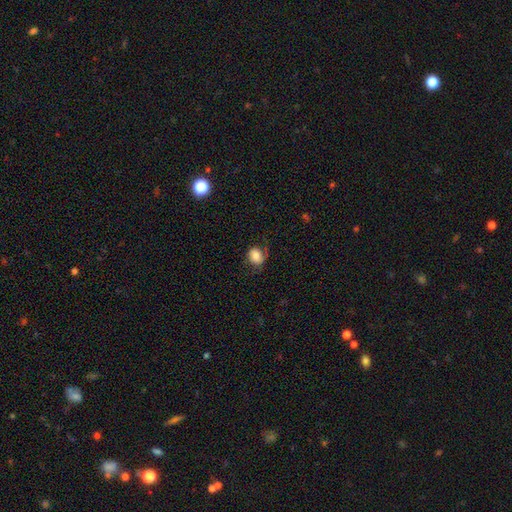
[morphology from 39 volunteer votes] type=smooth (85%); roundness=in between (61%); merging=none (78%).